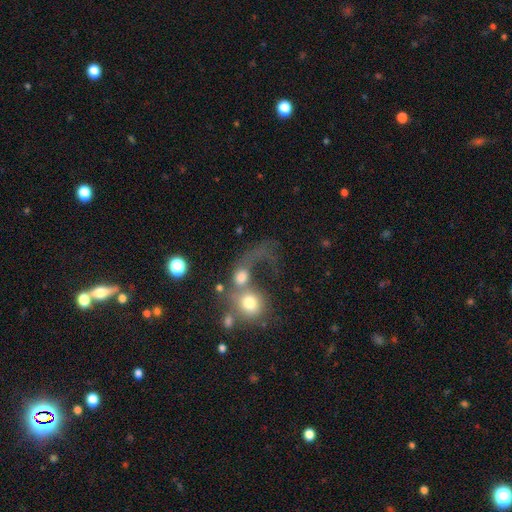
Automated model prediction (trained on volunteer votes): This is possibly a smooth galaxy (47%). Merging: marginally merger (45%).